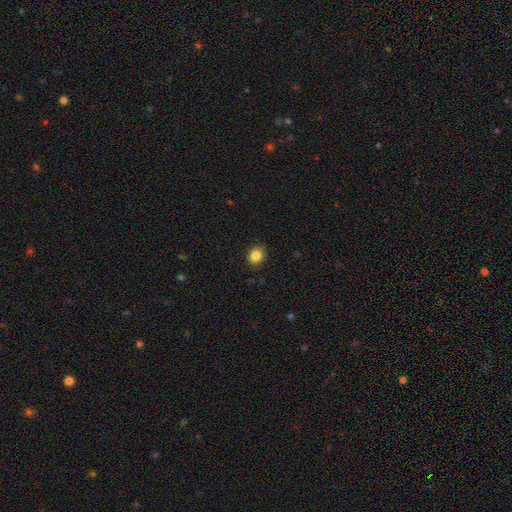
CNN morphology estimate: The model was most divided on "how rounded": round: 60%, in between: 39%, cigar-shaped: 1%. More confident: merging — none (89%); smooth or featured — smooth (86%).